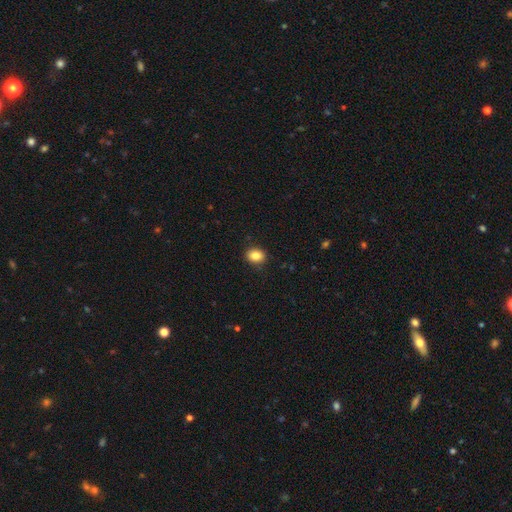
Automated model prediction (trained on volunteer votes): This is clearly a smooth galaxy (85%). How rounded: possibly in between (50%). Merging: clearly none (89%).